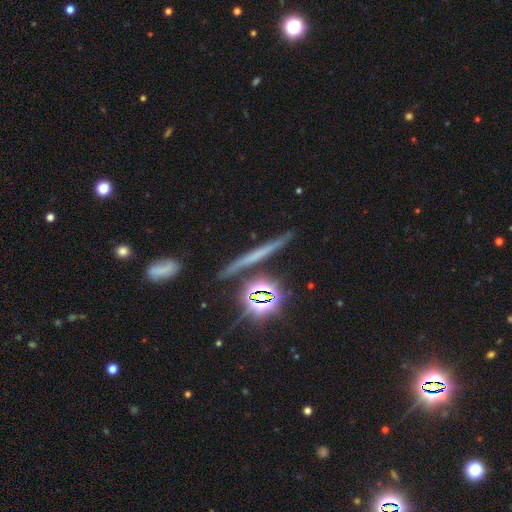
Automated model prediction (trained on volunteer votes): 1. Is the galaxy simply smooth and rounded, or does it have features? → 38% featured or disk, 31% smooth, 31% star or artifact.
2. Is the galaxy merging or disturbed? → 84% none, 9% minor disturbance, 4% merger, 3% major disturbance.